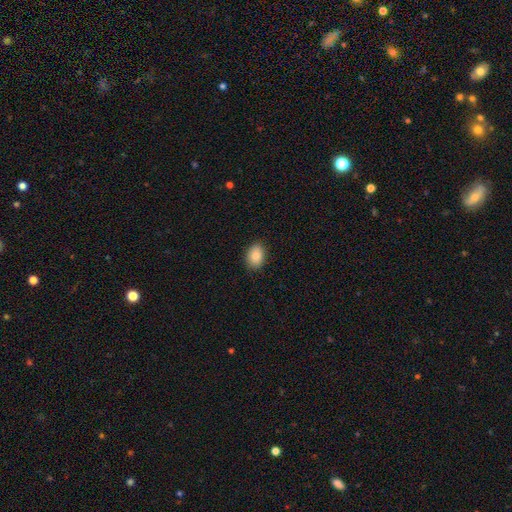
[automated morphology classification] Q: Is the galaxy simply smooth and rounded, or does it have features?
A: smooth — 86%.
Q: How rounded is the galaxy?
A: in between — 77%.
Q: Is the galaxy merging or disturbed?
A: none — 88%.